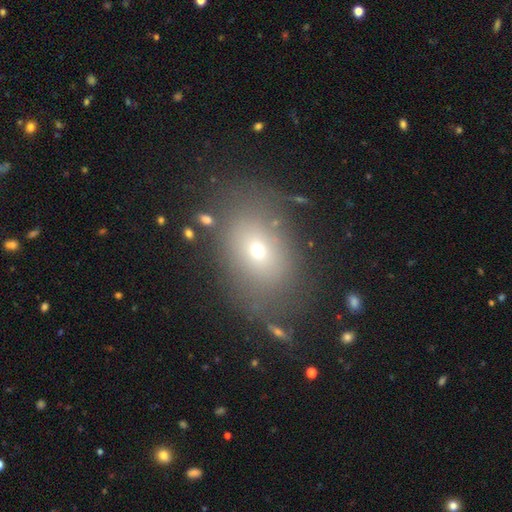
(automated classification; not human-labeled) The model was most divided on "how rounded": in between: 69%, round: 28%, cigar-shaped: 3%. More confident: merging — none (69%); smooth or featured — smooth (65%).